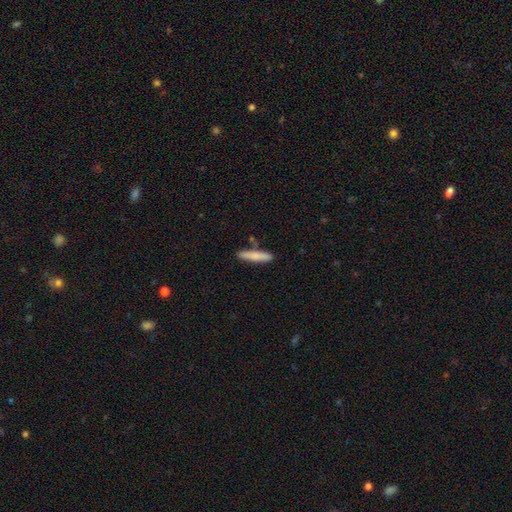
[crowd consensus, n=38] Smooth or featured: smooth — 63% (featured or disk — 29%)
How rounded: cigar-shaped — 96% (in between — 4%)
Merging: none — 71% (minor disturbance — 14%)